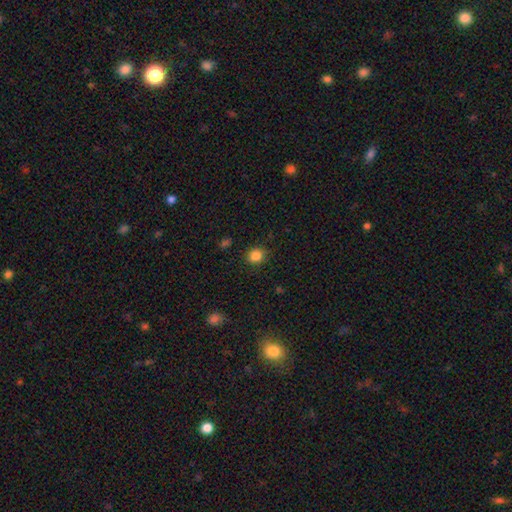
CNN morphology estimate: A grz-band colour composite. It shows a smooth galaxy with no disk features (85%) that is round (80%). Merging: none (87%).